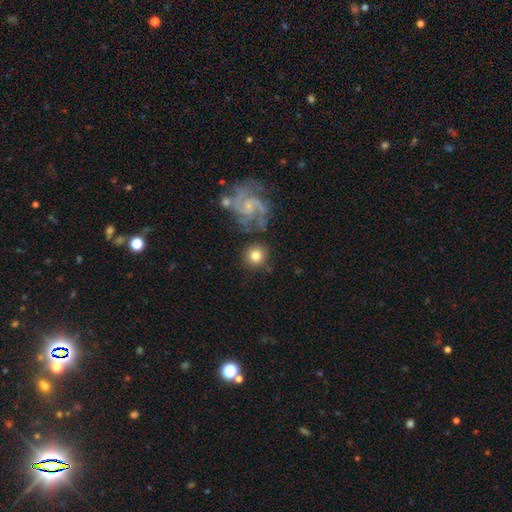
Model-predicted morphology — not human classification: This appears to be a smooth galaxy with no disk features (68%) that is round (92%). Merging: none (80%).